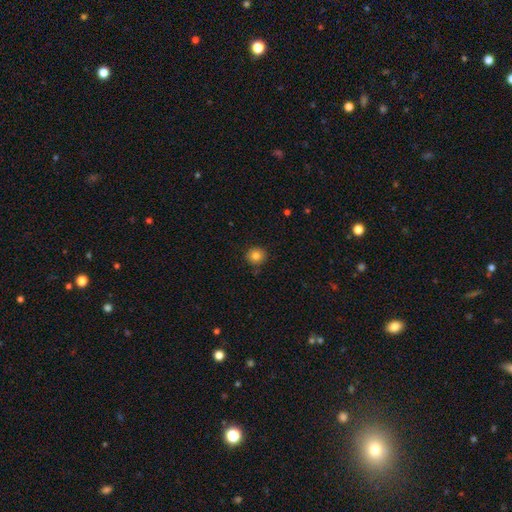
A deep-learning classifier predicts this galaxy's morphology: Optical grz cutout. It shows a smooth galaxy with no disk features (83%) that is round (90%). Merging: none (87%).